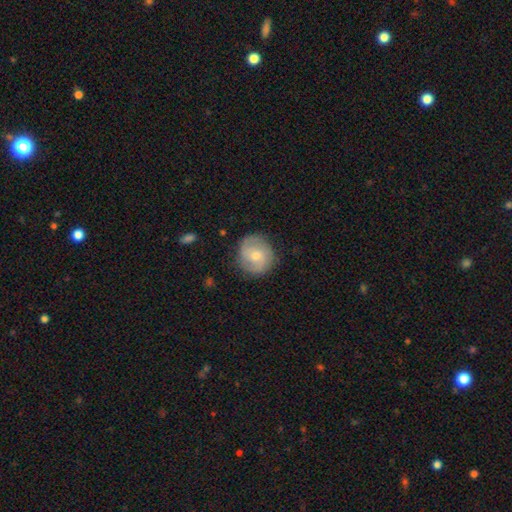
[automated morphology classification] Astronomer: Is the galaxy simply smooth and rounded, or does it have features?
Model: featured or disk — 53% (runner-up: smooth, 40%).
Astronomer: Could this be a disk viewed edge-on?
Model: no — 97%.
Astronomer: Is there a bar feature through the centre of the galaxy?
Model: no — 60%.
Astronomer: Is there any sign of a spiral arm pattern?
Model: yes — 80%.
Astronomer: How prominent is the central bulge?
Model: moderate — 54% (runner-up: small, 42%).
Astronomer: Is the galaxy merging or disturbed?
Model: none — 81%.